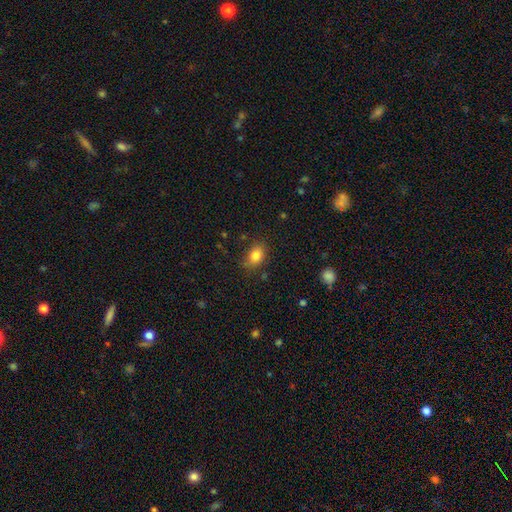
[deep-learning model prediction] smooth_or_featured: smooth (p=0.83) [alt: star or artifact p=0.10]
how_rounded: in between (p=0.72) [alt: round p=0.26]
merging: none (p=0.74) [alt: minor disturbance p=0.19]